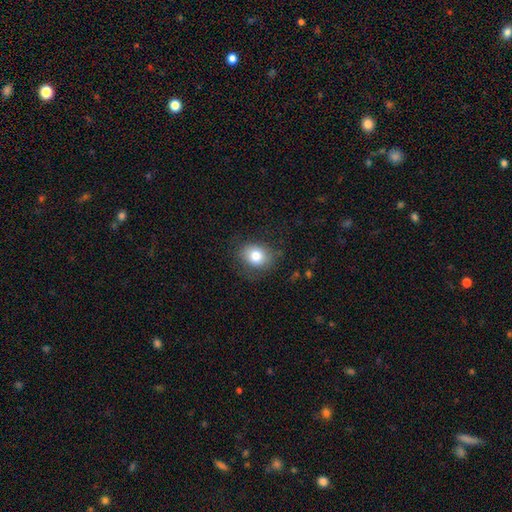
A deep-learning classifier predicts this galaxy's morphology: Smooth or featured? smooth (79%)
How rounded? round (55%)
Merging? none (78%)